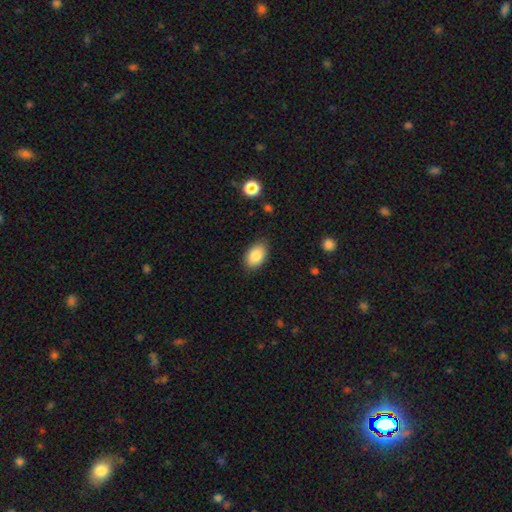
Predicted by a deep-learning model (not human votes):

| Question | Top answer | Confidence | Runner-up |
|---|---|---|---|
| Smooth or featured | smooth | 86% | featured or disk (7%) |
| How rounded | in between | 91% | round (8%) |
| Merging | none | 83% | minor disturbance (13%) |